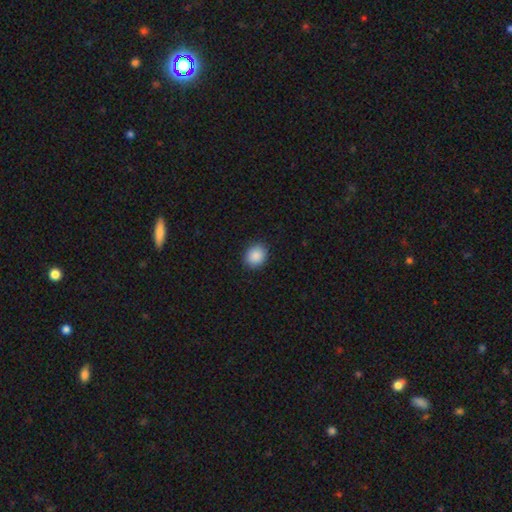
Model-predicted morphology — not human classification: This is clearly a smooth galaxy (89%). How rounded: likely round (69%). Merging: clearly none (89%).